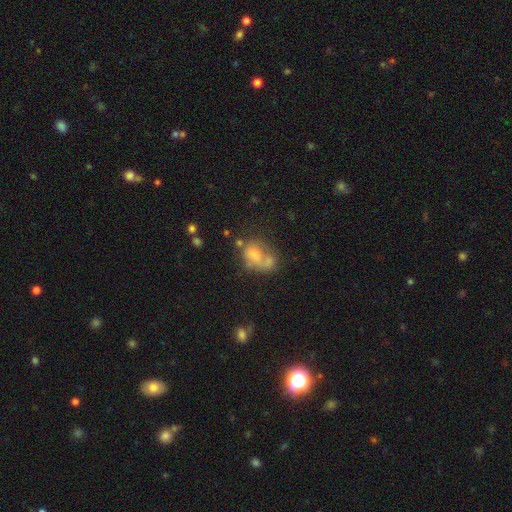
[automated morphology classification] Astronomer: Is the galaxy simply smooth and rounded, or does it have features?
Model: smooth — 58%.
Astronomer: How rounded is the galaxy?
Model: in between — 71%.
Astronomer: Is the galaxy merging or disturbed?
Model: merger — 40% (runner-up: none, 25%).